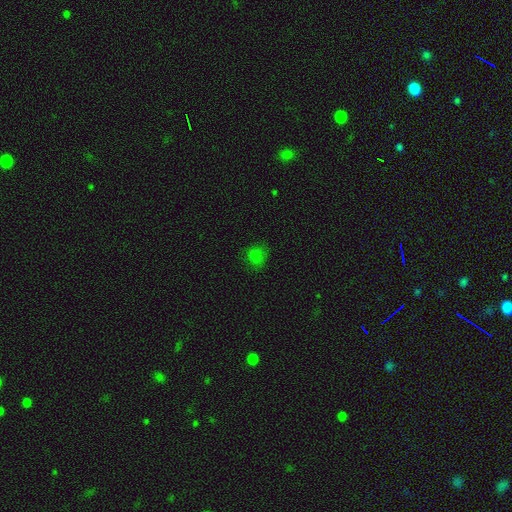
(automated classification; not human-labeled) smooth 74%, star or artifact 21%, featured or disk 5%. Down the decision tree: how rounded — round (73%); merging — none (74%).